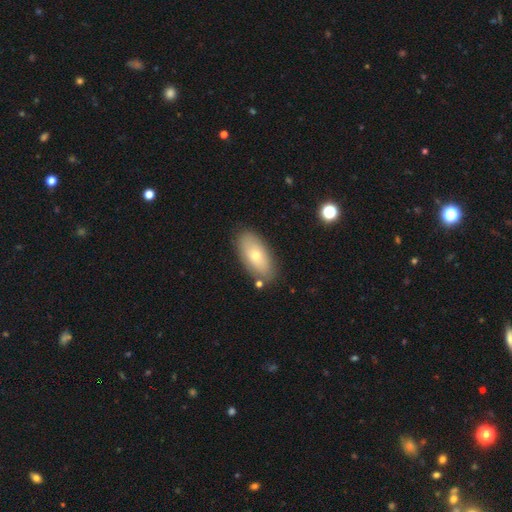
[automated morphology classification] smooth-or-featured: smooth: 64% | featured or disk: 28% | star or artifact: 8%
  how-rounded: in between: 89% | cigar-shaped: 7% | round: 4%
  merging: none: 82% | minor disturbance: 12% | merger: 3% | major disturbance: 3%